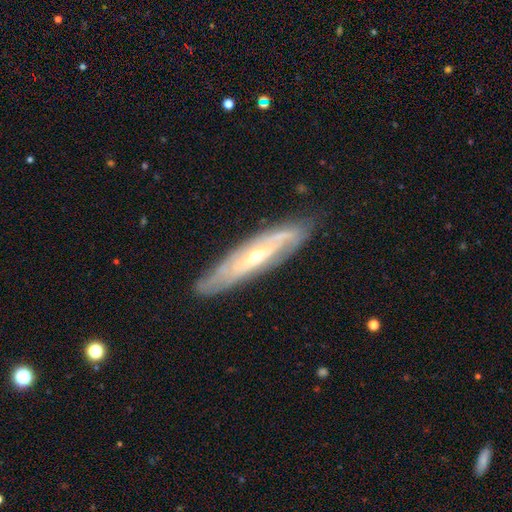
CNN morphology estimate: A featured or disk galaxy (80%) with no bar (43%), spiral arms (83%) and a small central bulge (55%). Merging: none (81%).